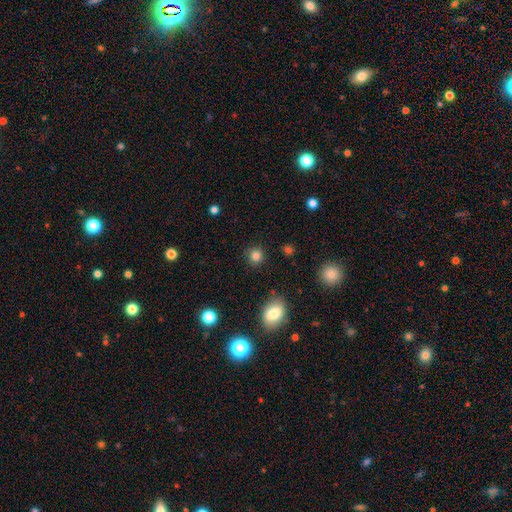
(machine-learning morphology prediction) Smooth or featured?
  - smooth: 83% *
  - star or artifact: 12%
  - featured or disk: 5%
How rounded?
  - round: 90% *
  - in between: 9%
  - cigar-shaped: 1%
Merging?
  - none: 89% *
  - minor disturbance: 7%
  - major disturbance: 2%
  - merger: 2%